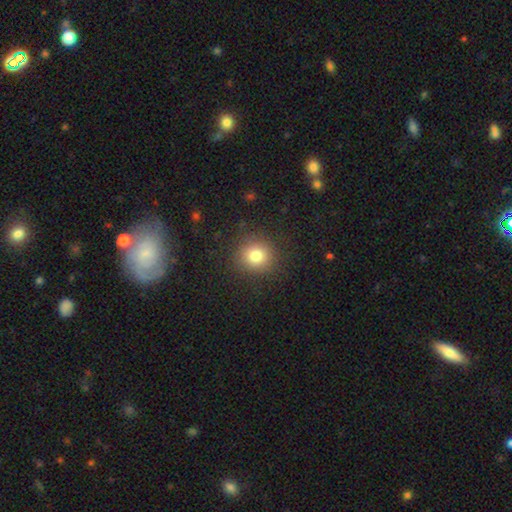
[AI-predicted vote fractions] The model was most divided on "smooth or featured": smooth: 80%, star or artifact: 12%, featured or disk: 7%. More confident: how rounded — round (89%); merging — none (88%).